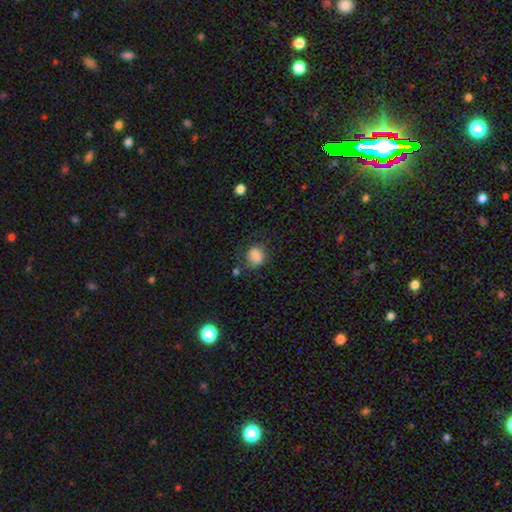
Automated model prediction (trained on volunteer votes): This appears to be a smooth galaxy with no disk features (85%) that is round (74%). Merging: none (68%).